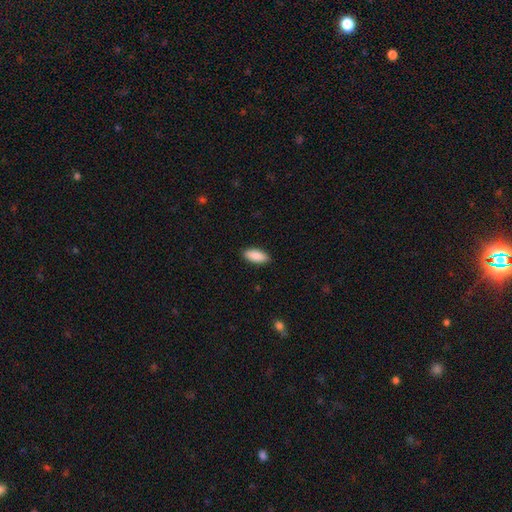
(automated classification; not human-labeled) Smooth or featured? smooth (90%)
How rounded? in between (86%)
Merging? none (89%)